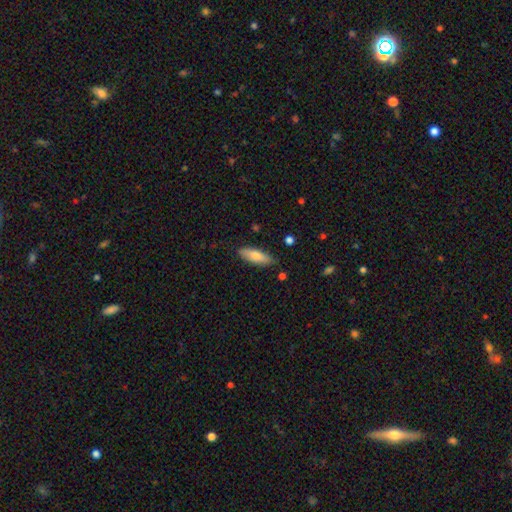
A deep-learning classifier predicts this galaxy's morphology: smooth-or-featured: smooth: 75% | featured or disk: 19% | star or artifact: 6%
  how-rounded: in between: 59% | cigar-shaped: 39% | round: 2%
  merging: none: 82% | minor disturbance: 14% | major disturbance: 2% | merger: 2%